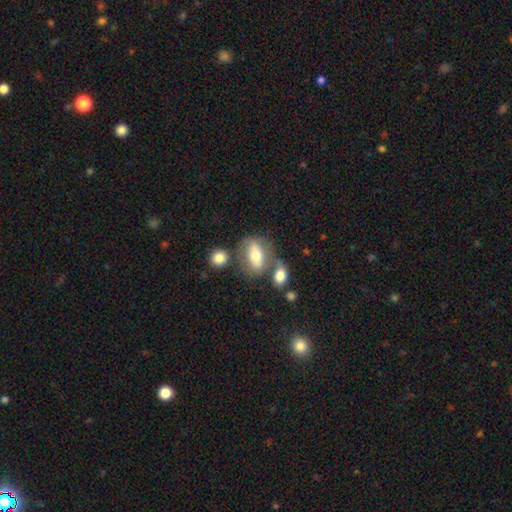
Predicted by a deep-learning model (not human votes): Smooth or featured: smooth — 59% (featured or disk — 33%)
How rounded: in between — 78% (round — 18%)
Merging: none — 50% (merger — 26%)